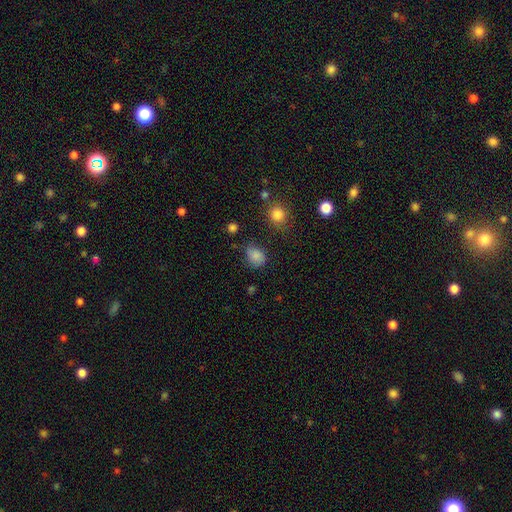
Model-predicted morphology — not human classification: This appears to be a smooth galaxy with no disk features (80%) that is in between round and cigar-shaped (54%). Merging: none (59%).